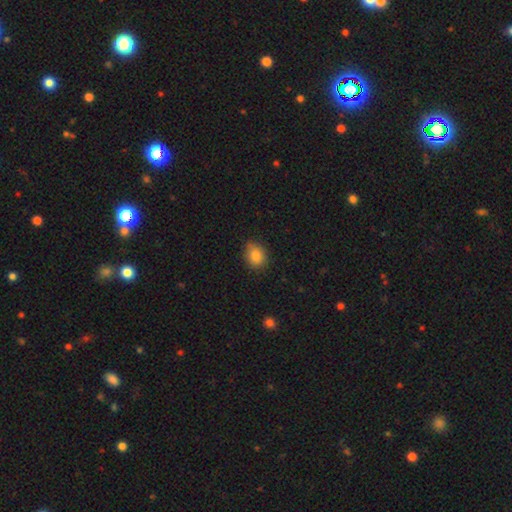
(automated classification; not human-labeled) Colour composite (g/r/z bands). It shows a smooth galaxy with no disk features (84%) that is in between round and cigar-shaped (51%). Merging: none (81%).